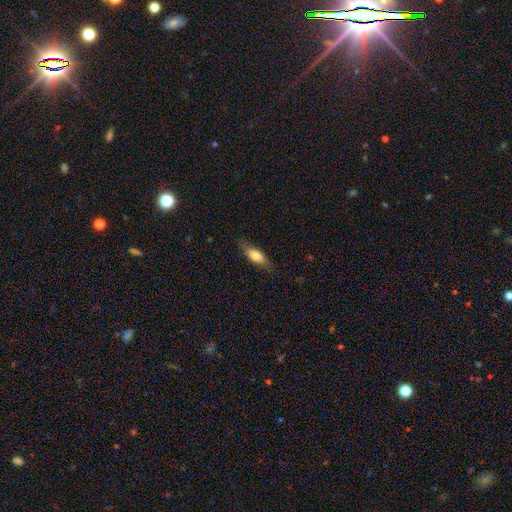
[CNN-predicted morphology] Overall: smooth (63%; featured or disk 31%). How rounded: in between (62%; cigar-shaped 35%). Merging: none (76%).